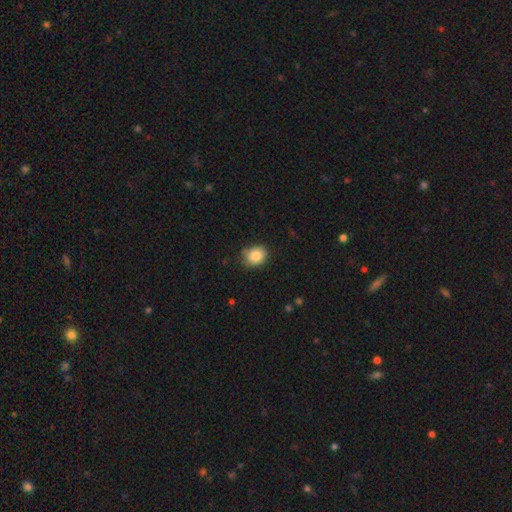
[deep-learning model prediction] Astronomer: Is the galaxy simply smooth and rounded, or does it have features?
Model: smooth — 85%.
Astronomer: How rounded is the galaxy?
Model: round — 62% (runner-up: in between, 37%).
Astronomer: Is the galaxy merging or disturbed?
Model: none — 77%.